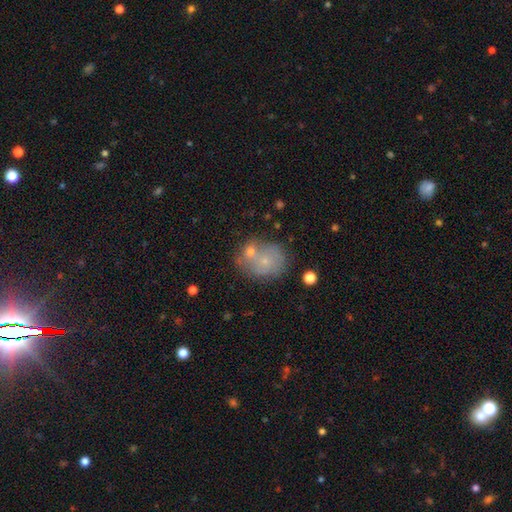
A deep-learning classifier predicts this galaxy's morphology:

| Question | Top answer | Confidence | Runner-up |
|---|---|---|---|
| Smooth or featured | smooth | 45% | featured or disk (41%) |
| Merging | none | 48% | merger (31%) |